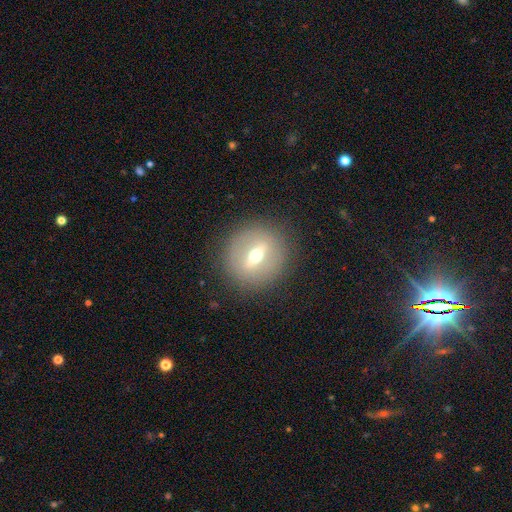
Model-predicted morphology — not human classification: featured or disk 59%, smooth 31%, star or artifact 9%. Down the decision tree: edge-on disk — no (64%); merging — none (88%).